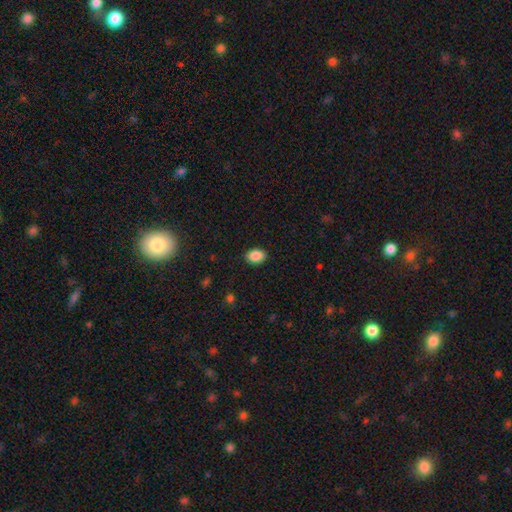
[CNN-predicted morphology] Smooth or featured: smooth — 88% (star or artifact — 8%)
How rounded: in between — 79% (round — 20%)
Merging: none — 89% (minor disturbance — 8%)